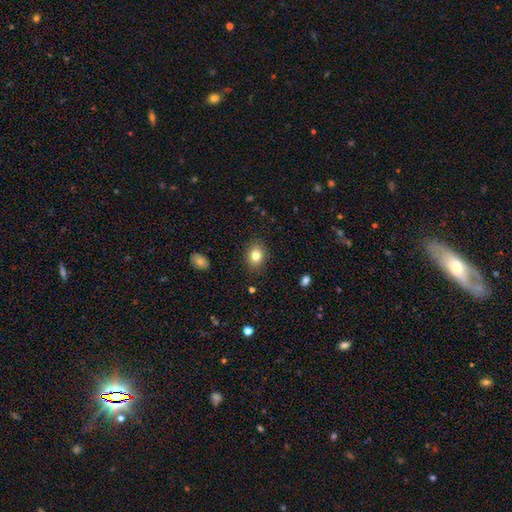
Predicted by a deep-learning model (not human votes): A smooth galaxy with no disk features (81%) that is in between round and cigar-shaped (54%). Merging: none (87%).